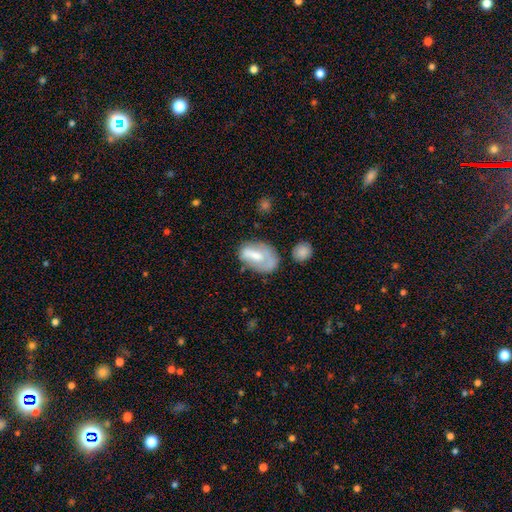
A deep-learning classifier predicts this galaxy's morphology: Smooth or featured?
  - smooth: 57% *
  - featured or disk: 36%
  - star or artifact: 8%
How rounded?
  - in between: 87% *
  - round: 11%
  - cigar-shaped: 3%
Merging?
  - none: 45% *
  - minor disturbance: 29%
  - major disturbance: 18%
  - merger: 8%